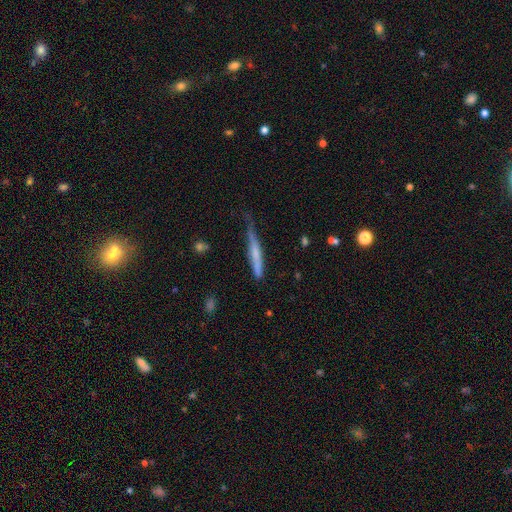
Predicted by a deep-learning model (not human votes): Morphology: type=smooth (53%); roundness=cigar-shaped (93%); merging=none (48%).